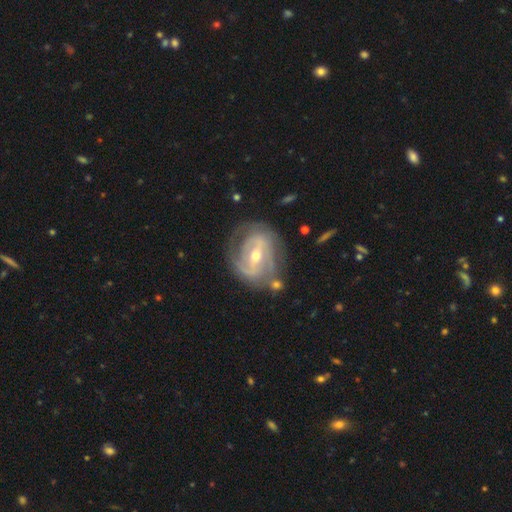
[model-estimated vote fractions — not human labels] This is clearly a featured or disk galaxy (84%). It is clearly not viewed edge-on (96%). Bar: marginally strong (45%). Spiral arm pattern: clearly yes (86%). Spiral arm count: possibly 2 (57%). Spiral winding: possibly tight (54%). Central bulge: possibly moderate (58%). Merging: likely none (66%).